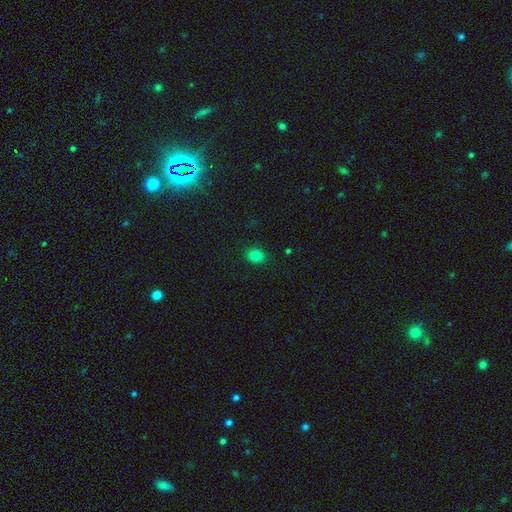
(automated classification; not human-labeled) A smooth galaxy with no disk features (82%) that is round (56%).

Vote fractions:
- Smooth or featured? smooth: 82% / star or artifact: 13% / featured or disk: 5%
- How rounded? round: 56% / in between: 43% / cigar-shaped: 1%
- Merging? none: 89% / minor disturbance: 8% / major disturbance: 2% / merger: 1%